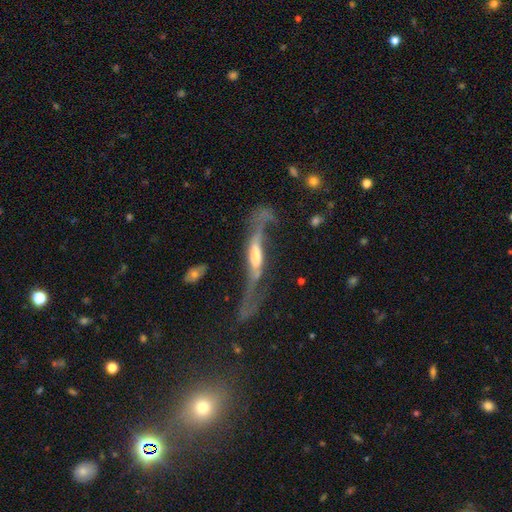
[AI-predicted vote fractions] This appears to be a featured or disk galaxy (76%) viewed edge-on (55%). Merging: major disturbance (42%).